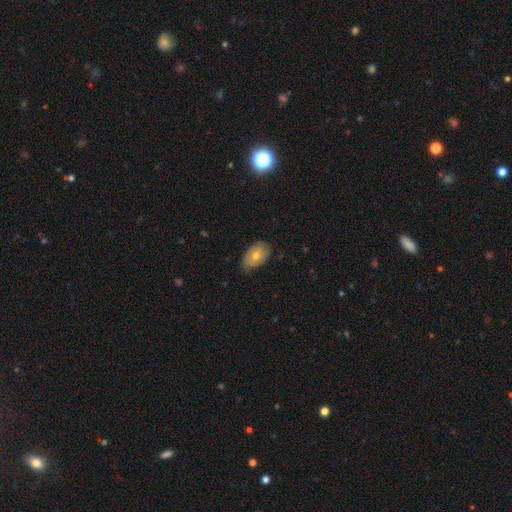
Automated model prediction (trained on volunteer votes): This appears to be a smooth galaxy with no disk features (51%) that is in between round and cigar-shaped (87%). Merging: none (71%).